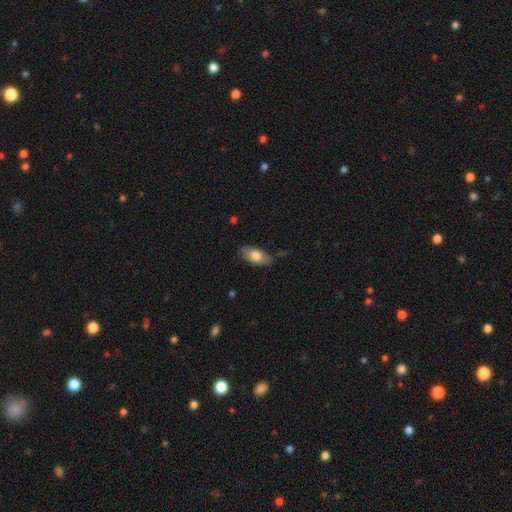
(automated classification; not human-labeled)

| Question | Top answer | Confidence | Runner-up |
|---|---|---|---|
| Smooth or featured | smooth | 75% | featured or disk (19%) |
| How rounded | in between | 90% | cigar-shaped (7%) |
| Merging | none | 81% | minor disturbance (15%) |